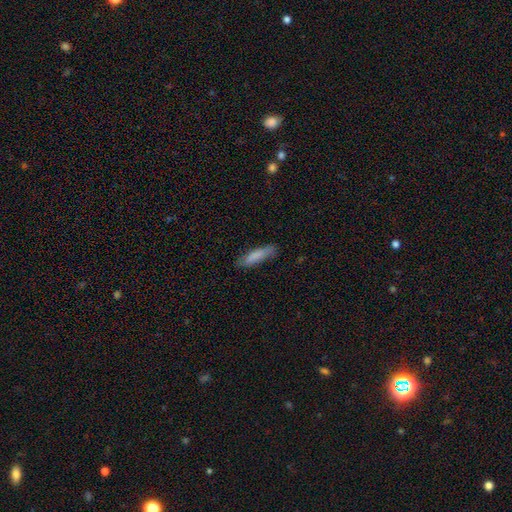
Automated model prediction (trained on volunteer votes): smooth 81%, featured or disk 13%, star or artifact 6%. Down the decision tree: how rounded — cigar-shaped (74%); merging — none (76%).